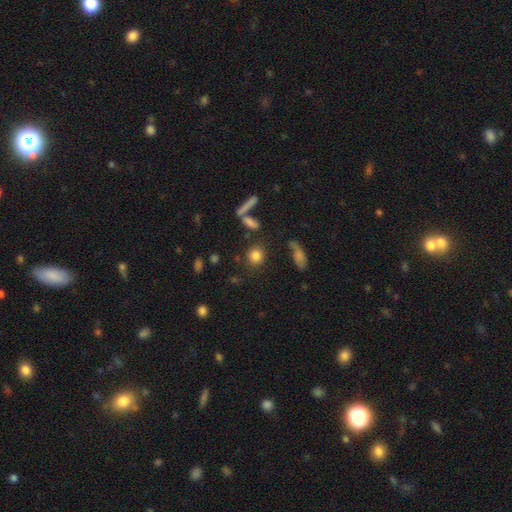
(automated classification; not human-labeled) This is clearly a smooth galaxy (82%). How rounded: likely round (74%). Merging: likely none (77%).